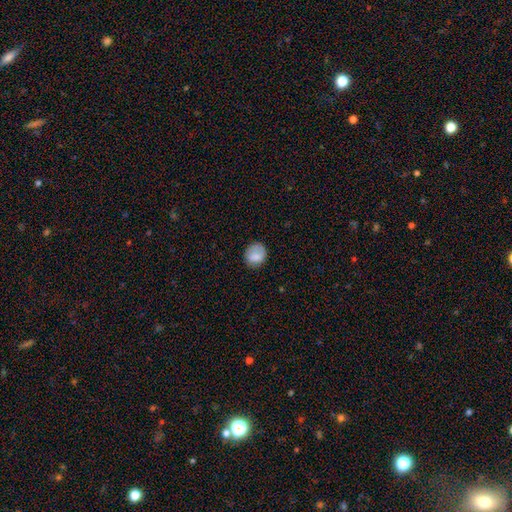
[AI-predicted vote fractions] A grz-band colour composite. It shows a smooth galaxy with no disk features (80%) that is round (71%). Merging: none (71%).